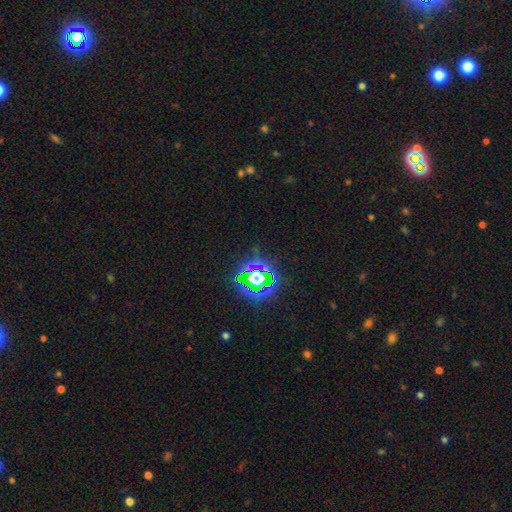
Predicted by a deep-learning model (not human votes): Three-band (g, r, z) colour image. It shows a star or artifact, not a galaxy (82%).